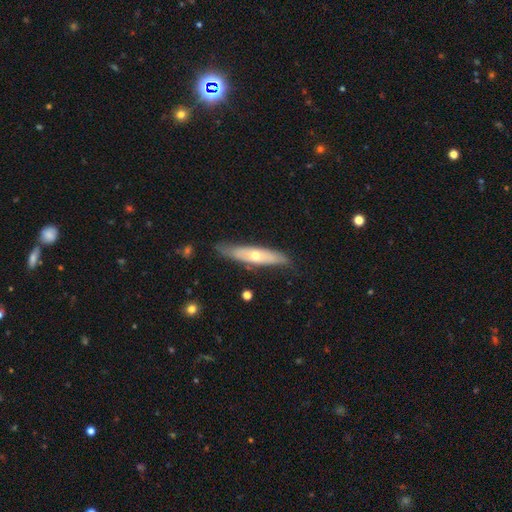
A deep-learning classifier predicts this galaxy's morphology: This is possibly a featured or disk galaxy (50%). Merging: likely none (76%).